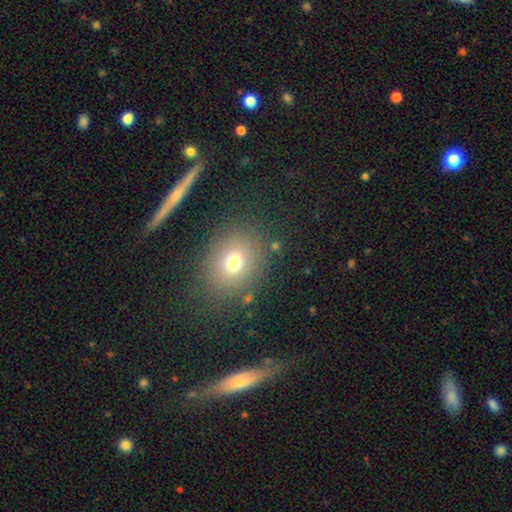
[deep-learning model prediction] Smooth or featured: smooth — 53% (star or artifact — 27%)
How rounded: round — 66% (in between — 29%)
Merging: none — 84% (minor disturbance — 9%)